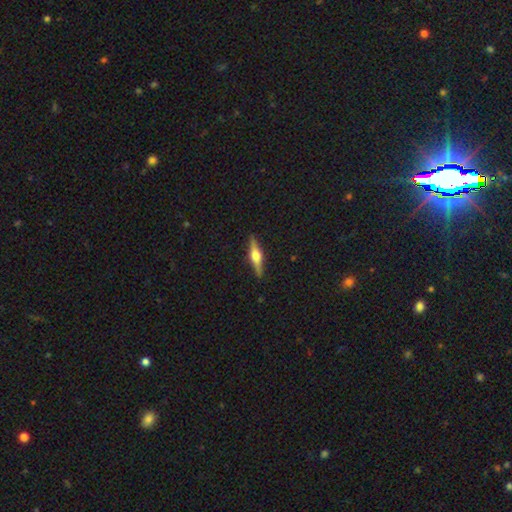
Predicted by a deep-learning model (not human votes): Smooth or featured?
  - featured or disk: 71% *
  - smooth: 23%
  - star or artifact: 6%
Edge-on disk?
  - yes: 97% *
  - no: 3%
Edge-on bulge?
  - rounded: 92% *
  - boxy: 6%
  - none: 2%
Merging?
  - none: 90% *
  - minor disturbance: 7%
  - major disturbance: 2%
  - merger: 1%